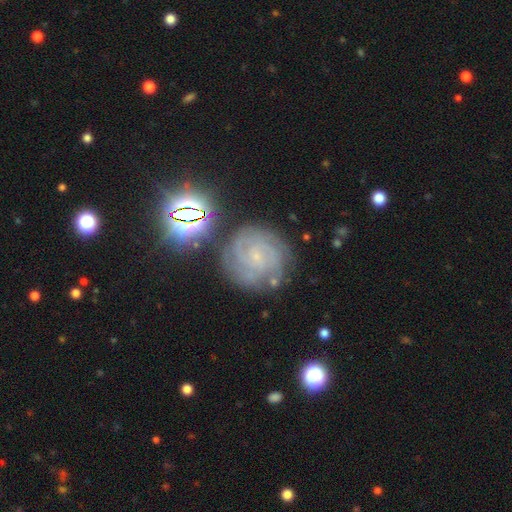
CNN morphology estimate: This is likely a featured or disk galaxy (74%). It is clearly not viewed edge-on (97%). Bar: likely no (63%). Spiral arm pattern: clearly yes (95%). Spiral arm count: marginally can't tell (29%). Spiral winding: likely tight (73%). Central bulge: likely small (78%). Merging: likely none (76%).